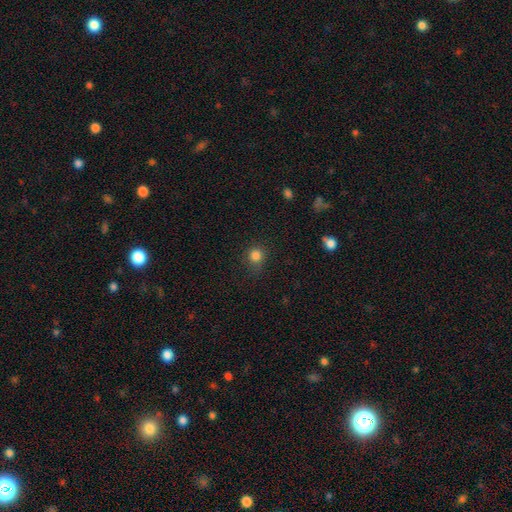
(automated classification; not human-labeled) Smooth or featured: smooth — 83% (star or artifact — 13%)
How rounded: round — 85% (in between — 14%)
Merging: none — 77% (minor disturbance — 16%)